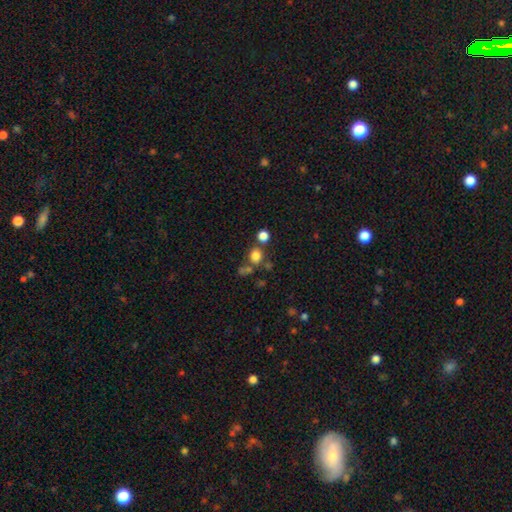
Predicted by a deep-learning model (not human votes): The model was most divided on "merging": none: 61%, merger: 23%, minor disturbance: 11%, major disturbance: 6%. More confident: smooth or featured — smooth (77%); how rounded — round (72%).